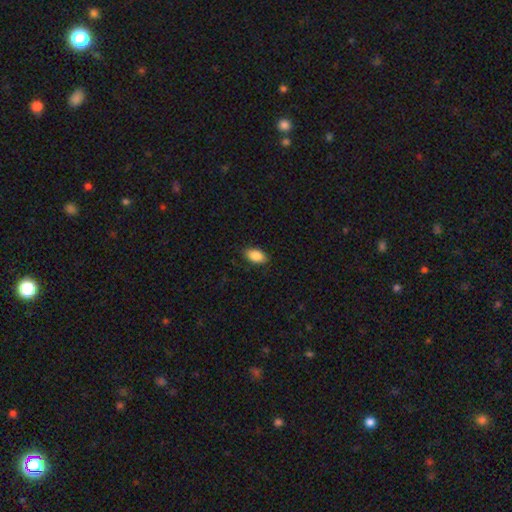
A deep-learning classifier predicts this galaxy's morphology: Overall: smooth (87%). How rounded: in between (91%). Merging: none (86%).